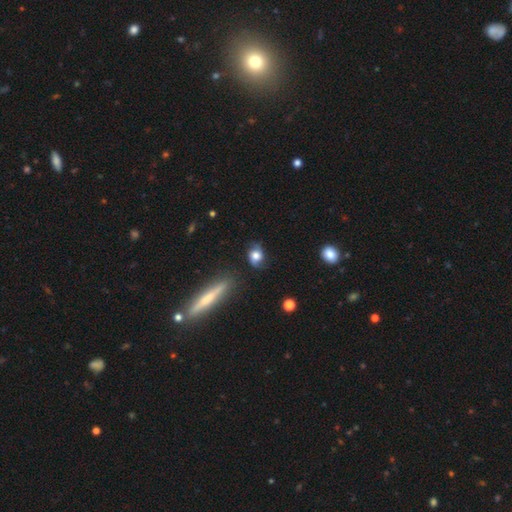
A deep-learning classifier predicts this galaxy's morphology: The model was most divided on "how rounded": in between: 53%, round: 43%, cigar-shaped: 3%. More confident: merging — none (64%); smooth or featured — smooth (53%).